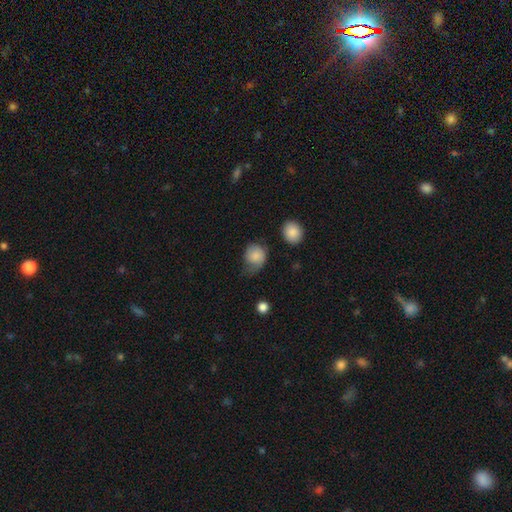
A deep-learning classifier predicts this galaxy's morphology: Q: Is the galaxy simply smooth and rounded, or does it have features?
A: smooth — 78%.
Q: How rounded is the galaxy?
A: round — 68%.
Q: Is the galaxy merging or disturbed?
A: minor disturbance — 38%.